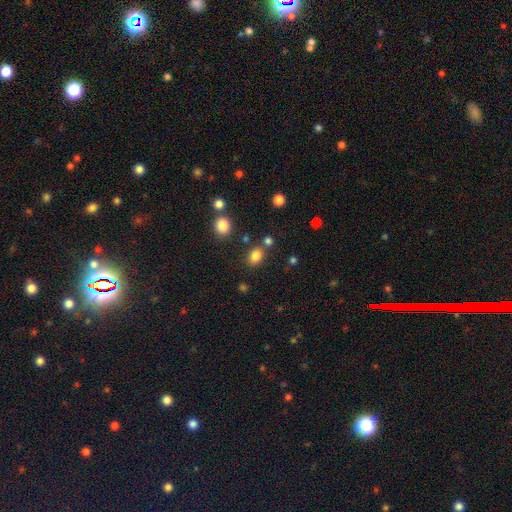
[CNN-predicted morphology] Q: Smooth or featured?
A: smooth (83%); runner-up: star or artifact (12%)
Q: How rounded?
A: in between (64%); runner-up: round (34%)
Q: Merging?
A: none (74%); runner-up: minor disturbance (12%)